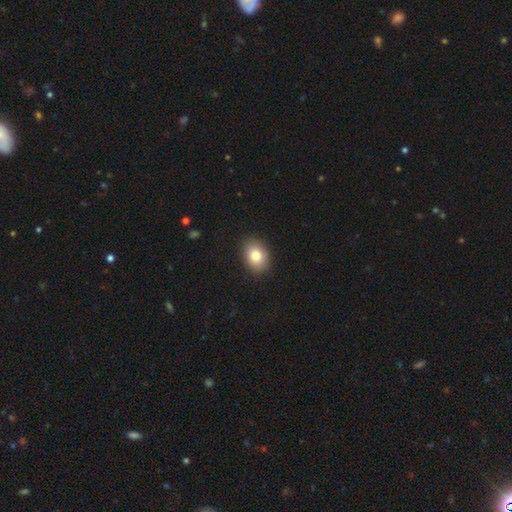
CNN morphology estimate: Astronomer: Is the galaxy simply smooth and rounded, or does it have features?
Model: smooth — 82%.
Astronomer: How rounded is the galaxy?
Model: in between — 70%.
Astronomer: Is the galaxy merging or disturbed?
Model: none — 89%.